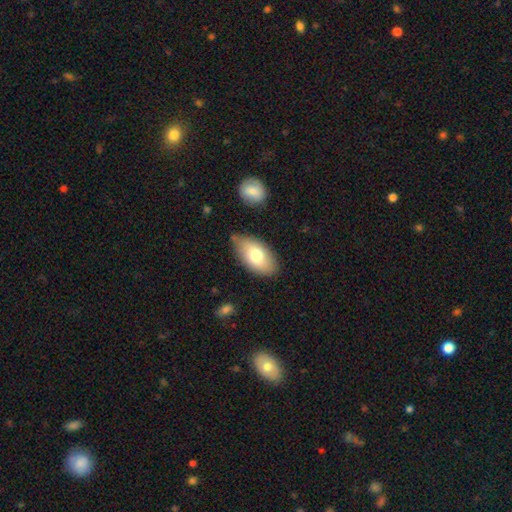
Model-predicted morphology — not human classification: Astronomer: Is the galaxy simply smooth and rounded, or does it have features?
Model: smooth — 74%.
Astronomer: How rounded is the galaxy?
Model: in between — 93%.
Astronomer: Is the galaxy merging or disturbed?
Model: none — 77%.